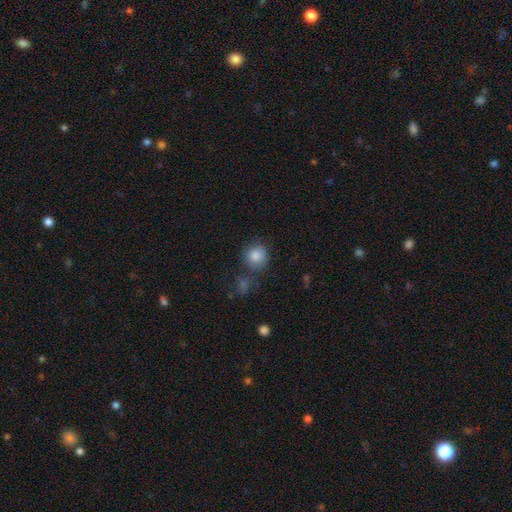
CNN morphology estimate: Smooth or featured? Predicted: smooth (p=0.85). How rounded? Predicted: round (p=0.88). Merging? Predicted: none (p=0.72).